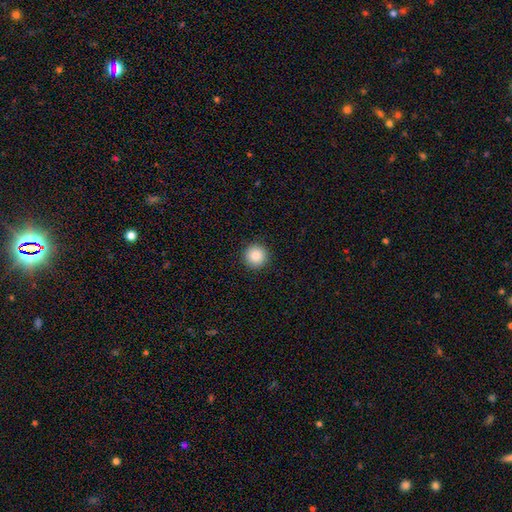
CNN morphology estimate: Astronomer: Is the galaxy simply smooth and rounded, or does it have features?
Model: smooth — 87%.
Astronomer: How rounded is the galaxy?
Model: round — 96%.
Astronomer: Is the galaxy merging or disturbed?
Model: none — 93%.